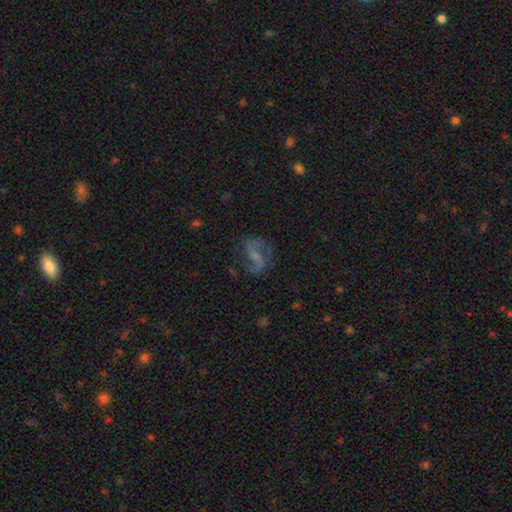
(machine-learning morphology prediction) smooth_or_featured: featured or disk (p=0.74) [alt: smooth p=0.17]
disk_edge_on: no (p=0.97) [alt: yes p=0.03]
bar: weak (p=0.44) [alt: no p=0.31]
has_spiral_arms: yes (p=0.91) [alt: no p=0.09]
spiral_winding: loose (p=0.48) [alt: medium p=0.42]
spiral_arm_count: 2 (p=0.88) [alt: can't tell p=0.05]
bulge_size: small (p=0.47) [alt: none p=0.27]
merging: none (p=0.66) [alt: minor disturbance p=0.18]